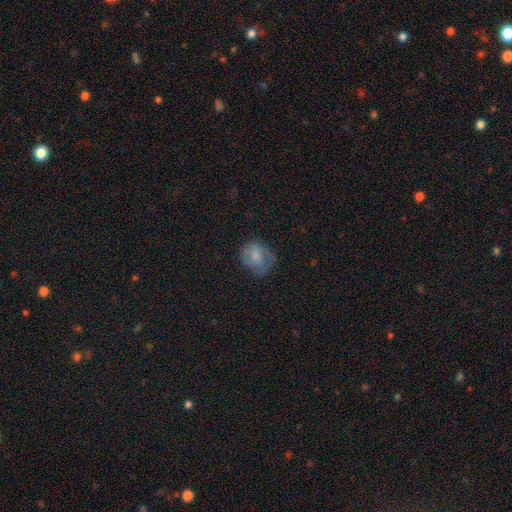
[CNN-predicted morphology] Smooth or featured? smooth (69%)
How rounded? round (54%)
Merging? none (57%)